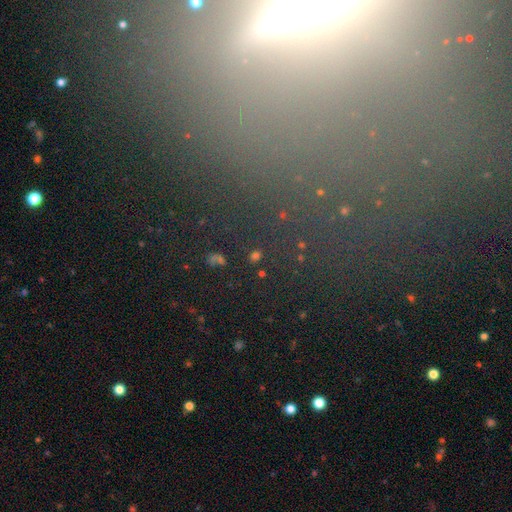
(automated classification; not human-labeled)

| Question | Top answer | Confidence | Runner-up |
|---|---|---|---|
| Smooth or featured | star or artifact | 53% | smooth (35%) |